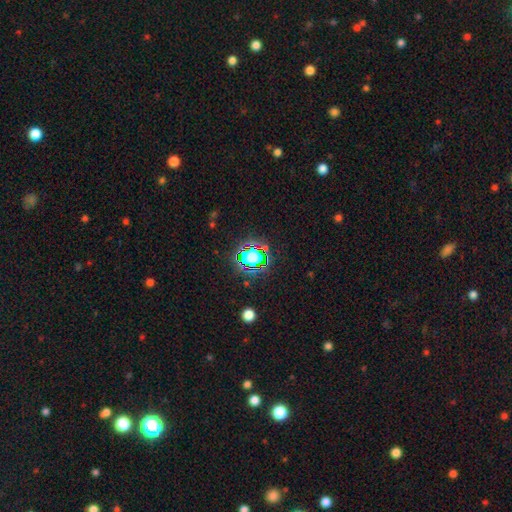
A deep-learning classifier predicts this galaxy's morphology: Smooth or featured? Predicted: star or artifact (p=0.57).